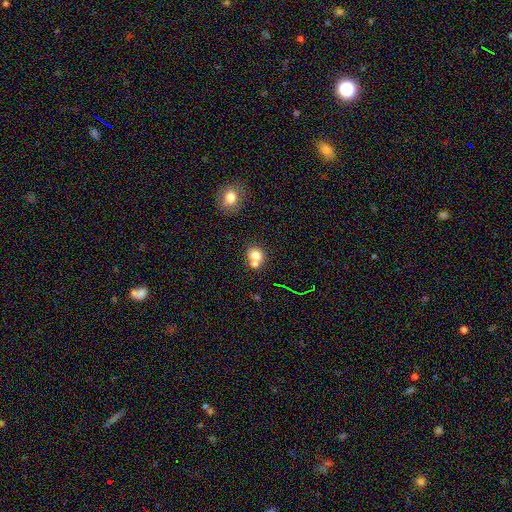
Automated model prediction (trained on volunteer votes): A smooth galaxy with no disk features (76%) that is round (70%).

Vote fractions:
- Smooth or featured? smooth: 76% / featured or disk: 13% / star or artifact: 11%
- How rounded? round: 70% / in between: 29% / cigar-shaped: 1%
- Merging? merger: 48% / none: 40% / minor disturbance: 8% / major disturbance: 3%